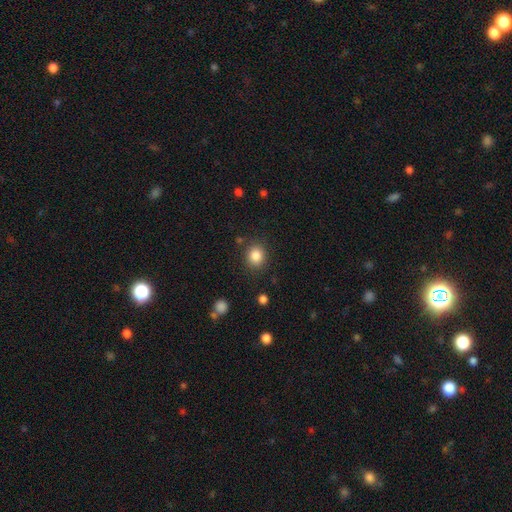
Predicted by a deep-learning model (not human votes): This appears to be a smooth galaxy with no disk features (85%) that is round (72%). Merging: none (84%).